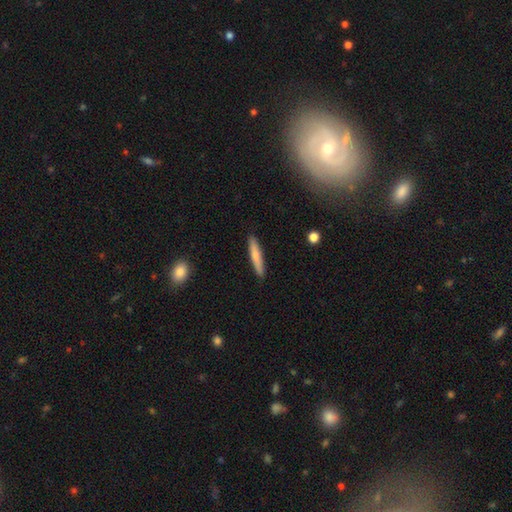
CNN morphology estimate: Q: Smooth or featured?
A: smooth (71%); runner-up: featured or disk (23%)
Q: How rounded?
A: cigar-shaped (92%); runner-up: in between (7%)
Q: Merging?
A: none (90%); runner-up: minor disturbance (7%)